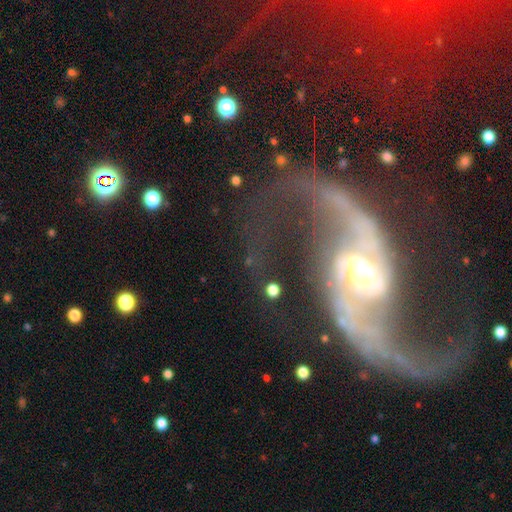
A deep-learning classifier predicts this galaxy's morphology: Smooth or featured? featured or disk (93%)
Edge-on disk? no (98%)
Bar? weak (39%)
Spiral arms? yes (98%)
Spiral winding? loose (66%)
Spiral arm count? 2 (95%)
Bulge size? small (48%)
Merging? none (69%)